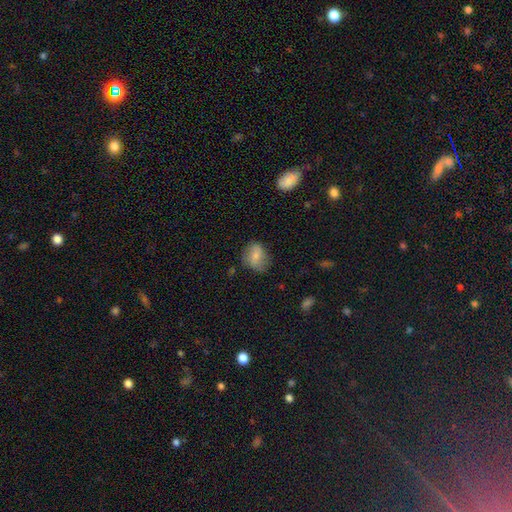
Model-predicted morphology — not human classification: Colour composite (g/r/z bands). It shows a smooth galaxy with no disk features (73%) that is in between round and cigar-shaped (57%). Merging: none (69%).